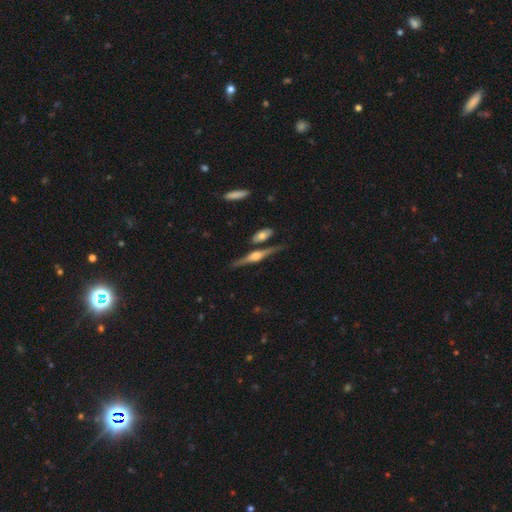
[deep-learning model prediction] smooth-or-featured: featured or disk: 81% | smooth: 13% | star or artifact: 6%
  disk-edge-on: yes: 97% | no: 3%
    edge-on-bulge: rounded: 88% | boxy: 9% | none: 3%
  merging: none: 78% | minor disturbance: 11% | merger: 8% | major disturbance: 3%